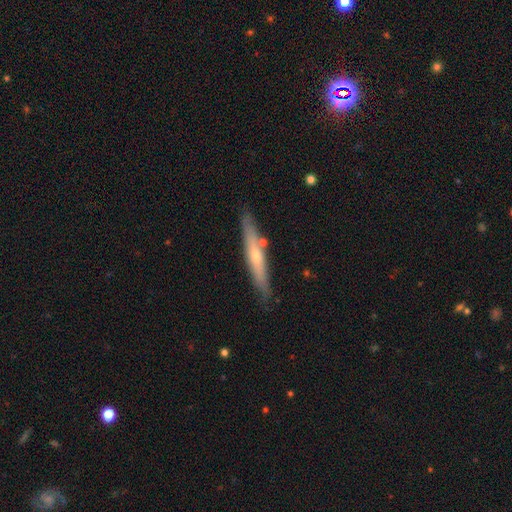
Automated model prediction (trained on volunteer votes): Smooth or featured? featured or disk (56%)
Edge-on disk? yes (90%)
Edge-on bulge? rounded (68%)
Merging? none (83%)